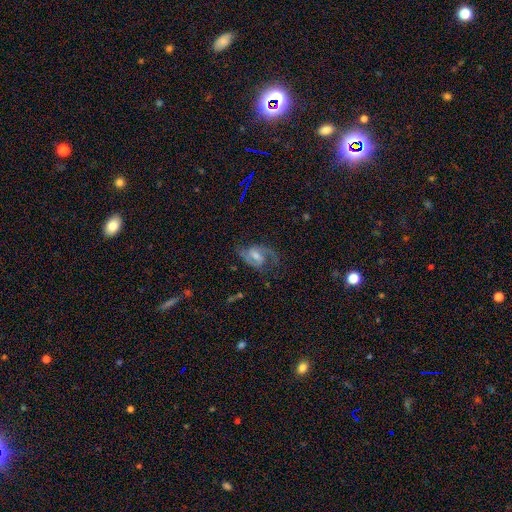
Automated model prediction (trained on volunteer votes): Overall: featured or disk (81%). Edge-on disk: no (97%). Bar: weak (56%; no 26%). Spiral arms: yes (95%). Spiral arm count: 2 (86%). Spiral winding: medium (55%; loose 27%). Bulge size: moderate (50%; small 32%). Merging: none (66%).